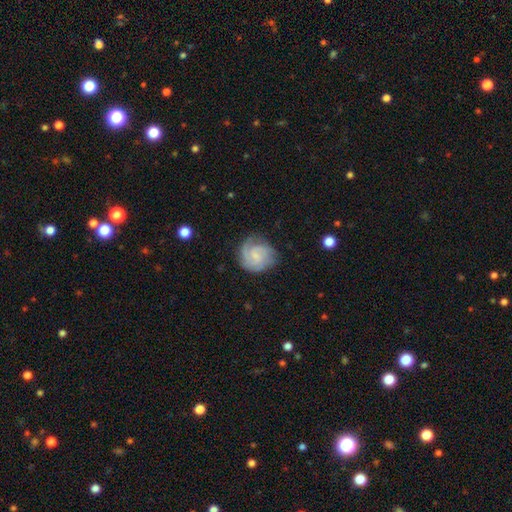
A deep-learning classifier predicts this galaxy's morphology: smooth-or-featured: featured or disk: 69% | smooth: 25% | star or artifact: 6%
  disk-edge-on: no: 98% | yes: 2%
    bar: no: 52% | weak: 43% | strong: 6%
    has-spiral-arms: yes: 94% | no: 6%
      spiral-winding: tight: 53% | medium: 37% | loose: 10%
      spiral-arm-count: 2: 42% | can't tell: 22% | 3: 21% | 1: 7% | 4: 4% | more than 4: 3%
    bulge-size: small: 53% | none: 28% | moderate: 17% | large: 2% | dominant: 1%
  merging: none: 71% | minor disturbance: 20% | major disturbance: 8% | merger: 1%